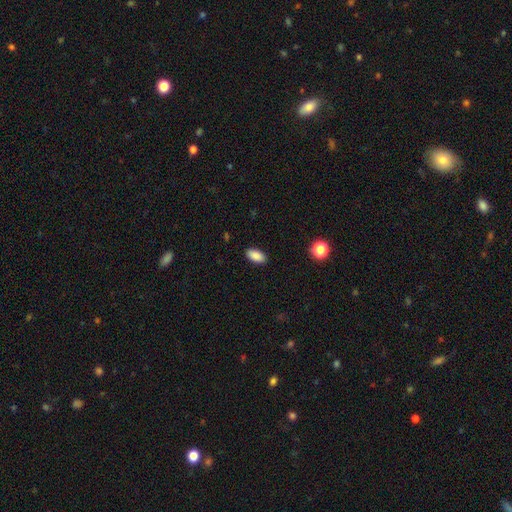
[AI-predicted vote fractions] Q: Smooth or featured?
A: smooth (88%); runner-up: star or artifact (8%)
Q: How rounded?
A: in between (92%); runner-up: cigar-shaped (5%)
Q: Merging?
A: none (89%); runner-up: minor disturbance (8%)